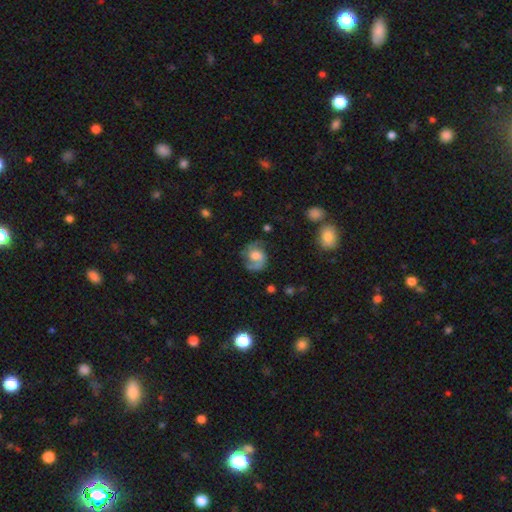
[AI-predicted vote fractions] This is likely a featured or disk galaxy (65%). It is clearly not viewed edge-on (97%). Bar: possibly no (55%). Spiral arm pattern: clearly yes (89%). Spiral arm count: likely 2 (70%). Spiral winding: possibly medium (48%). Central bulge: possibly moderate (58%). Merging: likely none (62%).